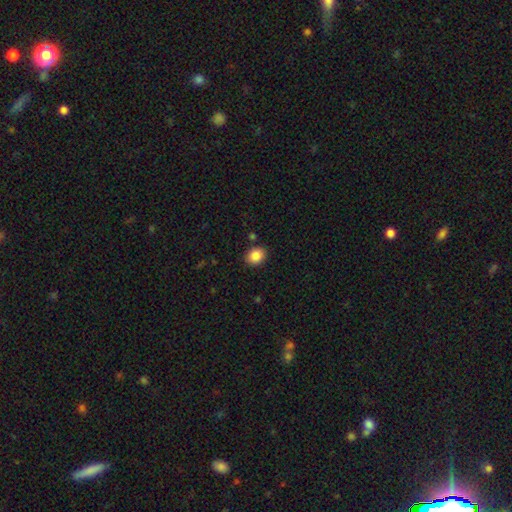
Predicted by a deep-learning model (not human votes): The model was most divided on "how rounded": in between: 50%, round: 49%, cigar-shaped: 1%. More confident: smooth or featured — smooth (86%); merging — none (86%).